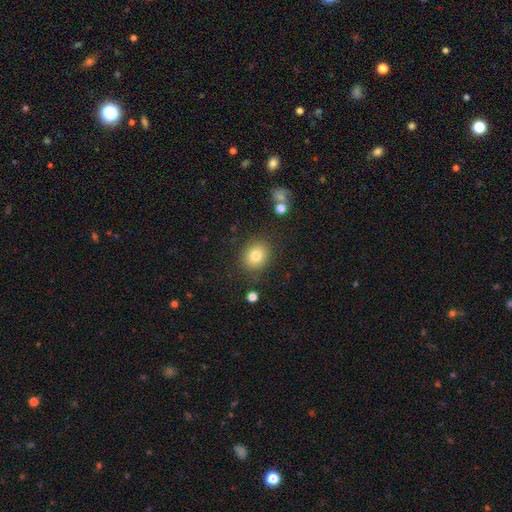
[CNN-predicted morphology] A smooth galaxy with no disk features (80%) that is round (69%). Merging: none (85%).